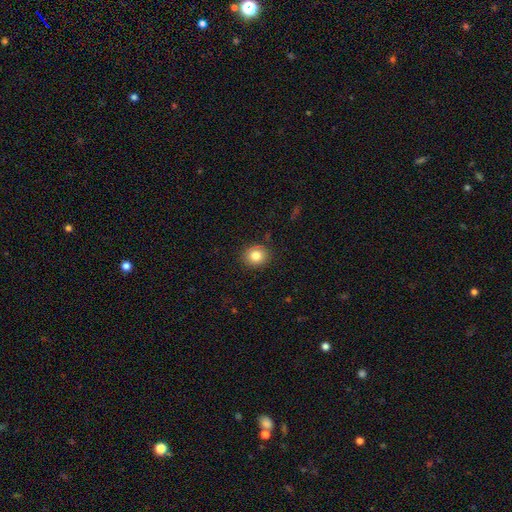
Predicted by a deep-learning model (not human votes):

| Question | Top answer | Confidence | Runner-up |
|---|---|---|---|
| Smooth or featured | smooth | 82% | star or artifact (10%) |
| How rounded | round | 79% | in between (20%) |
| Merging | none | 88% | minor disturbance (9%) |